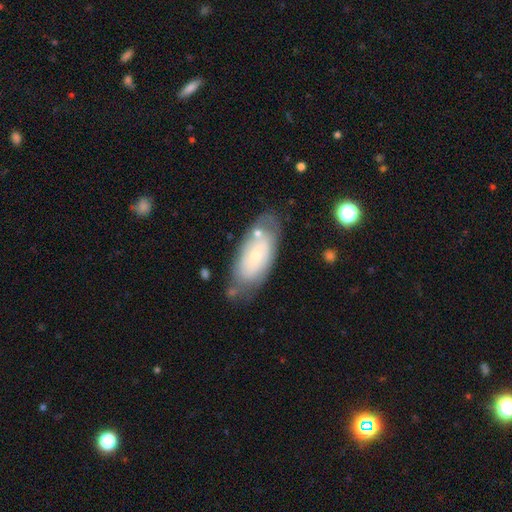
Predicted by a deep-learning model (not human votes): This is possibly a featured or disk galaxy (50%). It is clearly not viewed edge-on (88%). Merging: likely none (63%).